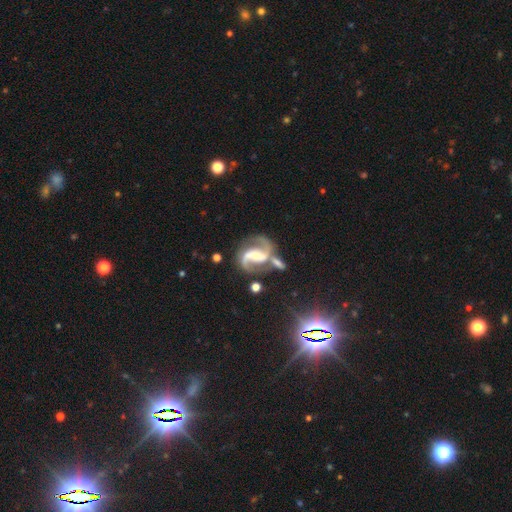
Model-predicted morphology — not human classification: This appears to be a featured or disk galaxy (91%) with a weak bar (36%), 2 (93%) medium (57%) spiral arms (98%) and a moderate central bulge (45%). Merging: none (55%).